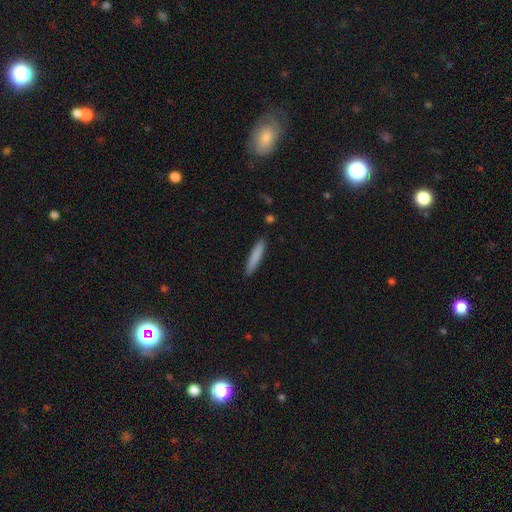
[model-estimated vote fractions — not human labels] Smooth or featured: smooth — 83% (featured or disk — 12%)
How rounded: cigar-shaped — 90% (in between — 9%)
Merging: none — 88% (minor disturbance — 8%)